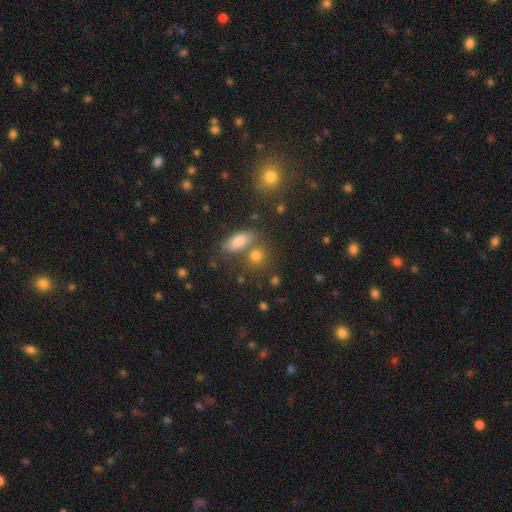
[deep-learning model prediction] Smooth or featured? Predicted: smooth (p=0.78). How rounded? Predicted: round (p=0.57). Merging? Predicted: none (p=0.60).